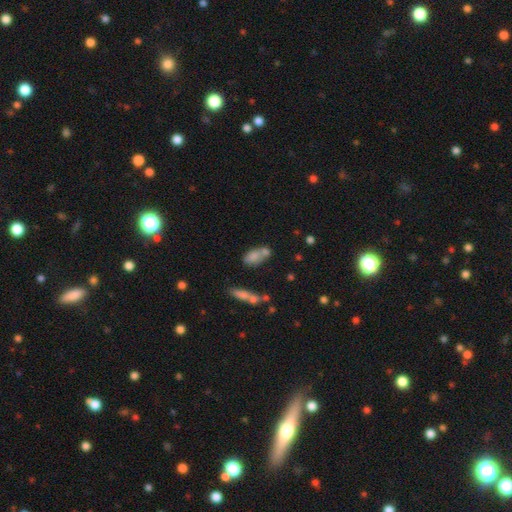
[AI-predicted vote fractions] smooth_or_featured: smooth (p=0.73) [alt: featured or disk p=0.17]
how_rounded: in between (p=0.83) [alt: cigar-shaped p=0.10]
merging: merger (p=0.39) [alt: none p=0.37]